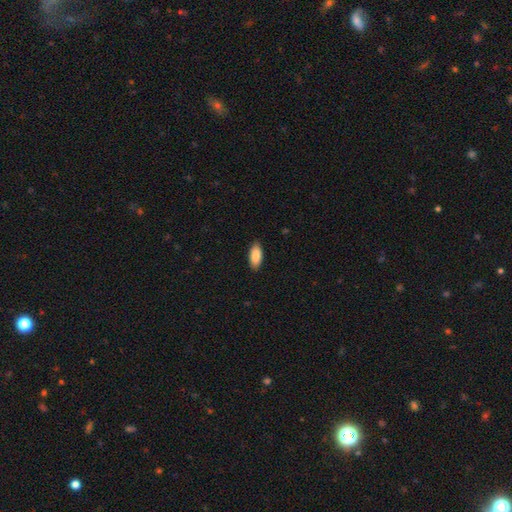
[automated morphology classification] This is clearly a smooth galaxy (89%). How rounded: clearly in between (86%). Merging: clearly none (88%).